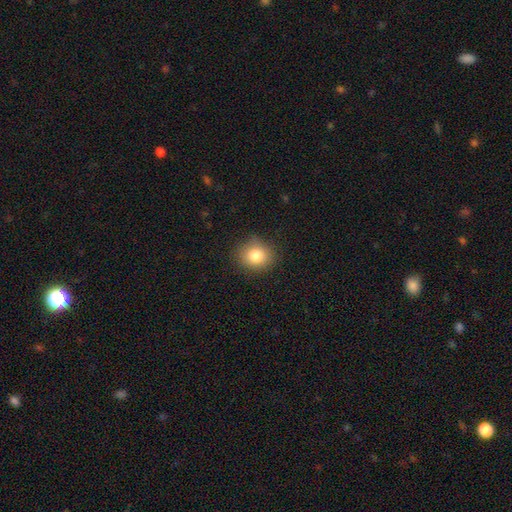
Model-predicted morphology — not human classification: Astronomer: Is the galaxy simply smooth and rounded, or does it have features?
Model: smooth — 82%.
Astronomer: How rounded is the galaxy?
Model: round — 74%.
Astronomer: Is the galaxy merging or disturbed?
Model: none — 84%.